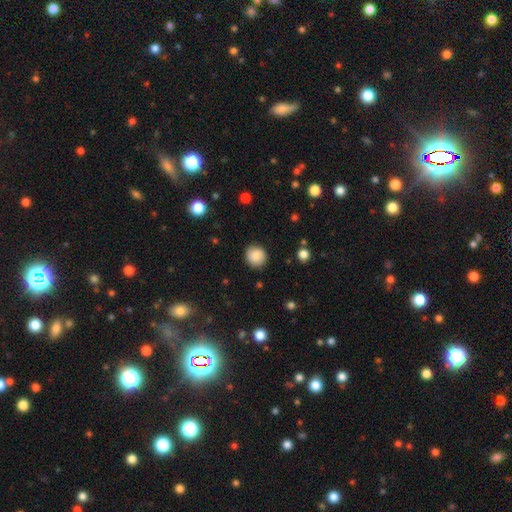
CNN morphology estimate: This appears to be a smooth galaxy with no disk features (86%) that is round (92%). Merging: none (88%).